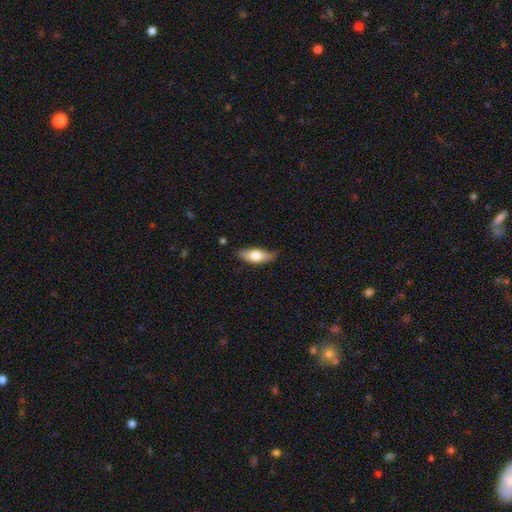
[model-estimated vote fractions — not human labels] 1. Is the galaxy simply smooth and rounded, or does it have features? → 65% smooth, 29% featured or disk, 6% star or artifact.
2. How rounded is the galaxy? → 73% in between, 24% cigar-shaped, 3% round.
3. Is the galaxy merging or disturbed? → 70% none, 24% minor disturbance, 4% major disturbance, 2% merger.